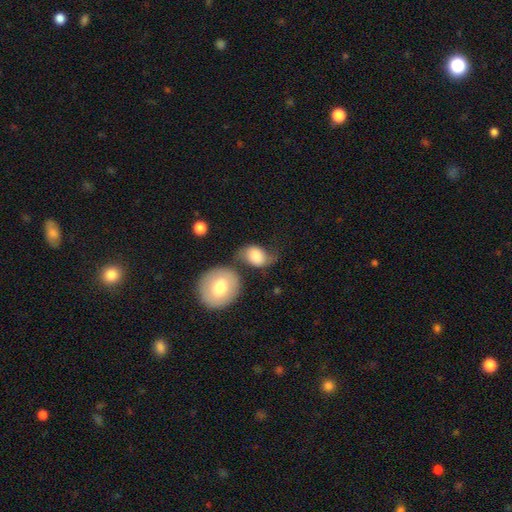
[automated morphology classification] Smooth or featured: smooth — 68% (featured or disk — 24%)
How rounded: in between — 70% (round — 29%)
Merging: none — 36% (minor disturbance — 25%)